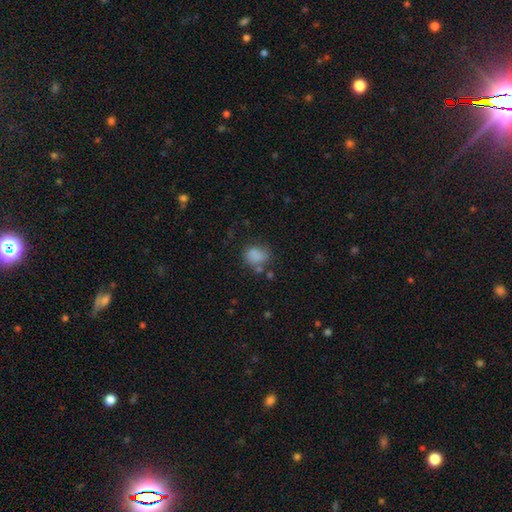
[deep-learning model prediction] Q: Smooth or featured?
A: smooth (82%); runner-up: star or artifact (11%)
Q: How rounded?
A: in between (50%); runner-up: round (49%)
Q: Merging?
A: none (60%); runner-up: minor disturbance (22%)